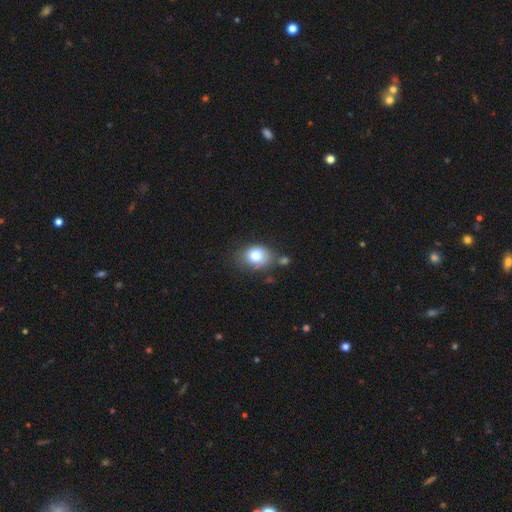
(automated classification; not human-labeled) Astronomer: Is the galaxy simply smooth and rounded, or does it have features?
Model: smooth — 82%.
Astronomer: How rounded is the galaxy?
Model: in between — 58% (runner-up: round, 41%).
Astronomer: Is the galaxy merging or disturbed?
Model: none — 56%.